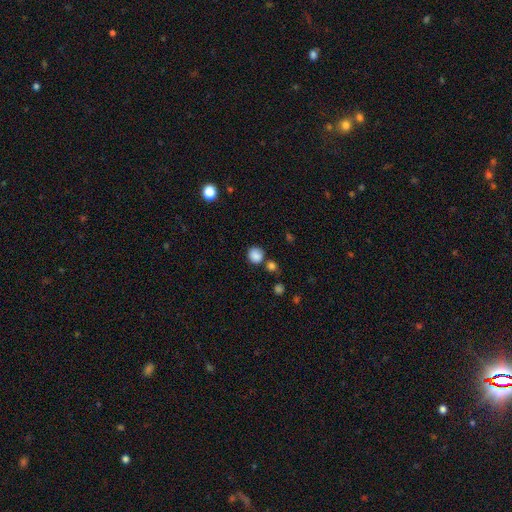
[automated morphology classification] Smooth or featured? smooth (85%)
How rounded? round (88%)
Merging? none (73%)